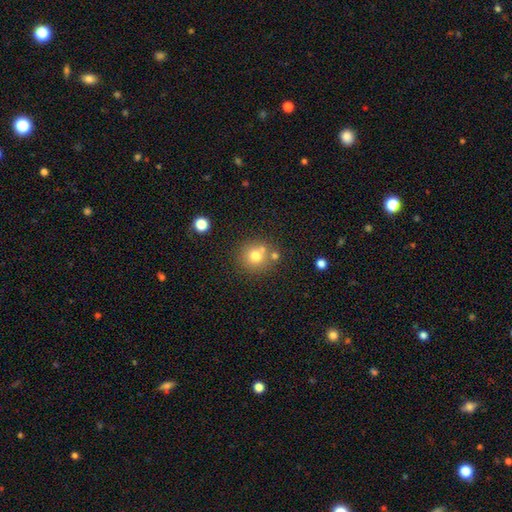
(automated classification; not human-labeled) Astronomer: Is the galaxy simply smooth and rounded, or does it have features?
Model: smooth — 73%.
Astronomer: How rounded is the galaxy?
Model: round — 91%.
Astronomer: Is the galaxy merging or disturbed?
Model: none — 69%.